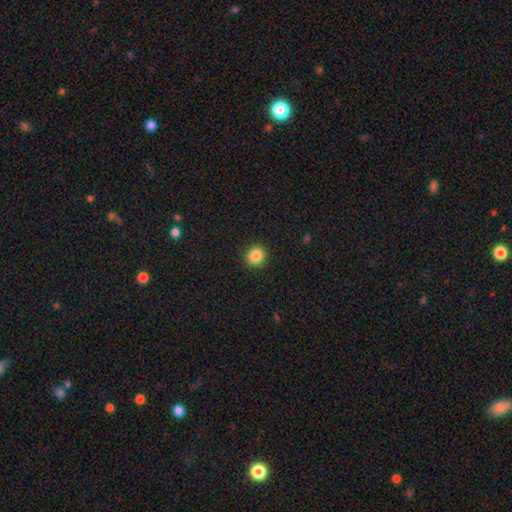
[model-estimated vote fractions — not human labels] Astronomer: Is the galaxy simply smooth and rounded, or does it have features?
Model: smooth — 86%.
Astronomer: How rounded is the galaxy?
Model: round — 89%.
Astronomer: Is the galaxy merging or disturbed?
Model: none — 91%.